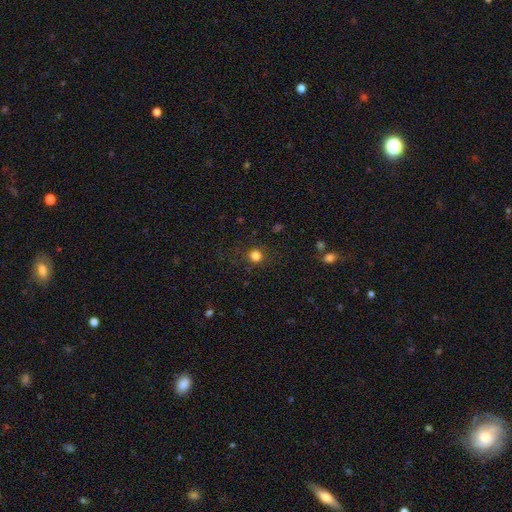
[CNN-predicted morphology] Q: Smooth or featured?
A: smooth (82%); runner-up: star or artifact (14%)
Q: How rounded?
A: round (90%); runner-up: in between (9%)
Q: Merging?
A: none (85%); runner-up: minor disturbance (9%)